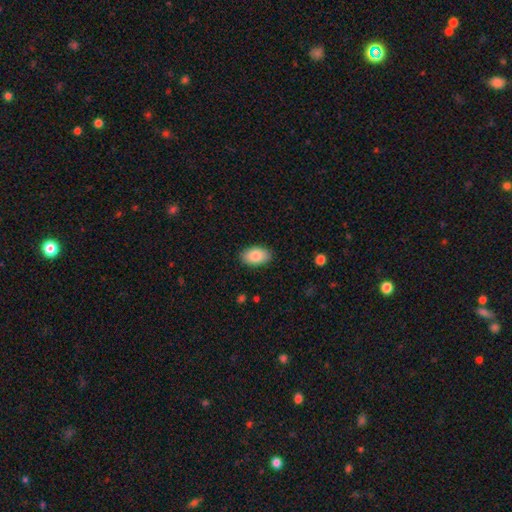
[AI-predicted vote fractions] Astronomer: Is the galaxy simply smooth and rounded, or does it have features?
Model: smooth — 87%.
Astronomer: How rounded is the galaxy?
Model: in between — 93%.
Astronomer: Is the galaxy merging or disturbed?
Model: none — 88%.